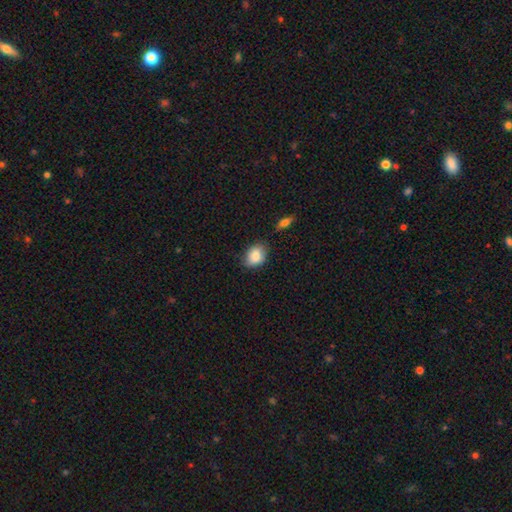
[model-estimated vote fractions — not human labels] A smooth galaxy with no disk features (85%) that is in between round and cigar-shaped (66%). Merging: none (74%).